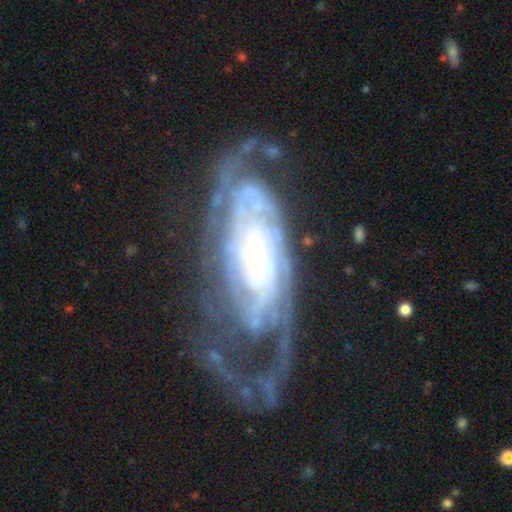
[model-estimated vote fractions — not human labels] Smooth or featured? featured or disk (87%)
Edge-on disk? no (93%)
Bar? no (68%)
Spiral arms? yes (95%)
Spiral winding? tight (66%)
Spiral arm count? can't tell (35%)
Bulge size? small (70%)
Merging? none (56%)